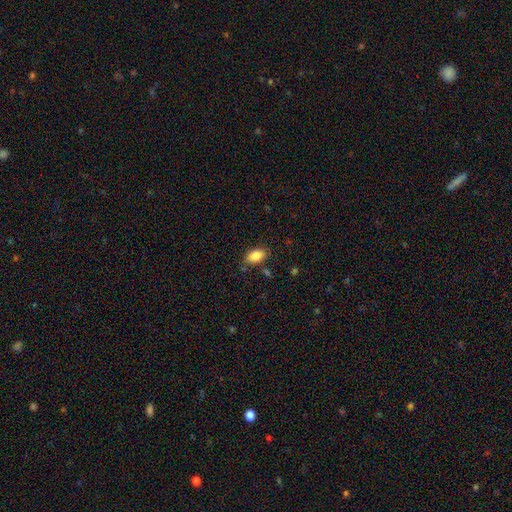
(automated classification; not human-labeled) smooth-or-featured: smooth: 86% | star or artifact: 8% | featured or disk: 6%
  how-rounded: in between: 92% | round: 5% | cigar-shaped: 3%
  merging: none: 82% | minor disturbance: 12% | merger: 3% | major disturbance: 3%